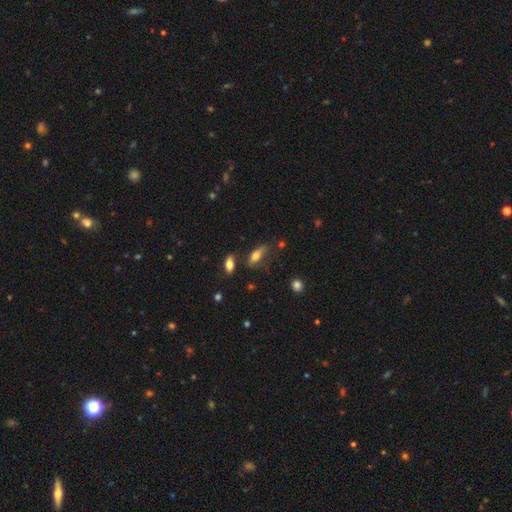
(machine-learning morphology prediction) type=smooth (70%); roundness=in between (71%); merging=none (54%).